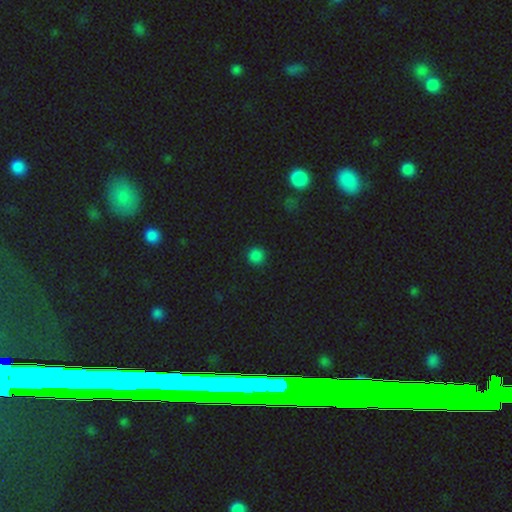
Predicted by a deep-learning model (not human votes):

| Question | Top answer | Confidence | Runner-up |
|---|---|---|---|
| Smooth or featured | smooth | 82% | star or artifact (15%) |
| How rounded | round | 94% | in between (5%) |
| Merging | none | 91% | minor disturbance (6%) |